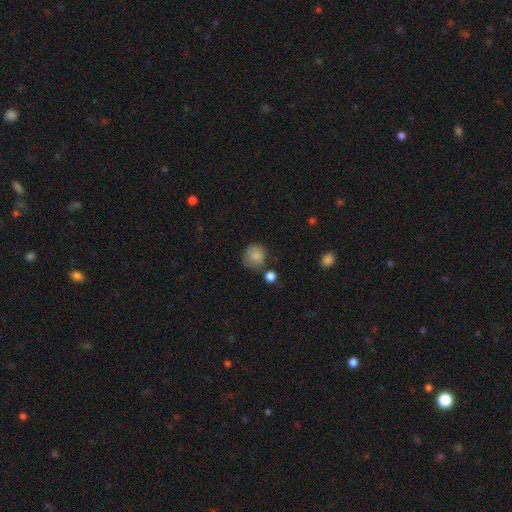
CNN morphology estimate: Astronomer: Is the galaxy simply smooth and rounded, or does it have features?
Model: smooth — 82%.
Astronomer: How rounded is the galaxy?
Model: round — 85%.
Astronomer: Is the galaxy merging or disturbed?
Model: none — 62%.